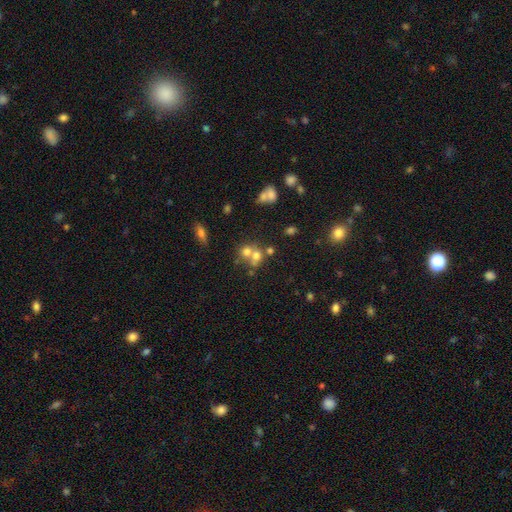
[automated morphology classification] Smooth or featured? Predicted: smooth (p=0.62). How rounded? Predicted: round (p=0.74). Merging? Predicted: merger (p=0.56).